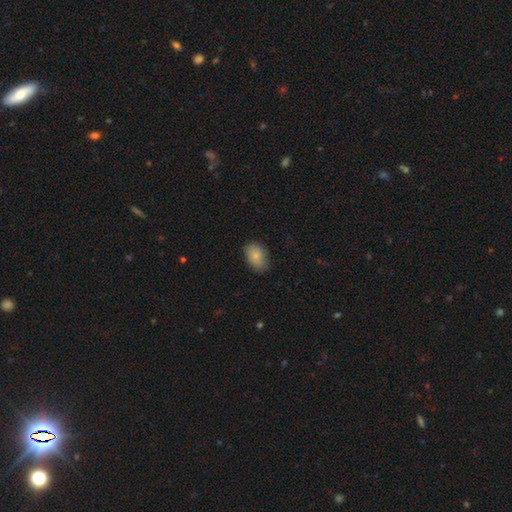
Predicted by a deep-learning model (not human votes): Smooth or featured?
  - smooth: 81% *
  - featured or disk: 12%
  - star or artifact: 7%
How rounded?
  - in between: 83% *
  - round: 16%
  - cigar-shaped: 1%
Merging?
  - none: 77% *
  - minor disturbance: 18%
  - major disturbance: 3%
  - merger: 1%